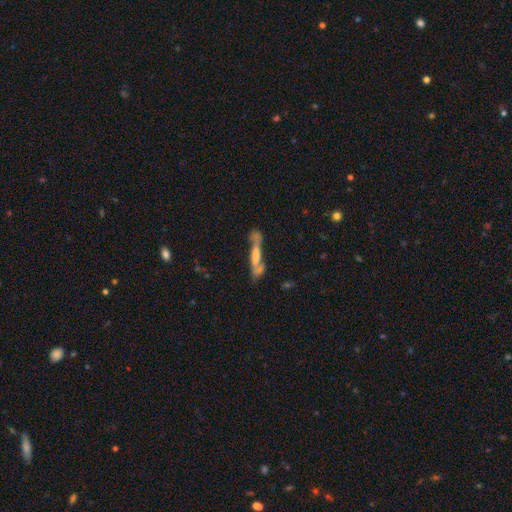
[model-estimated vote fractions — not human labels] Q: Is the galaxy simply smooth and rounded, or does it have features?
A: featured or disk — 53%.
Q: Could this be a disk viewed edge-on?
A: yes — 63%.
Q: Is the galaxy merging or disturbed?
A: none — 47%.